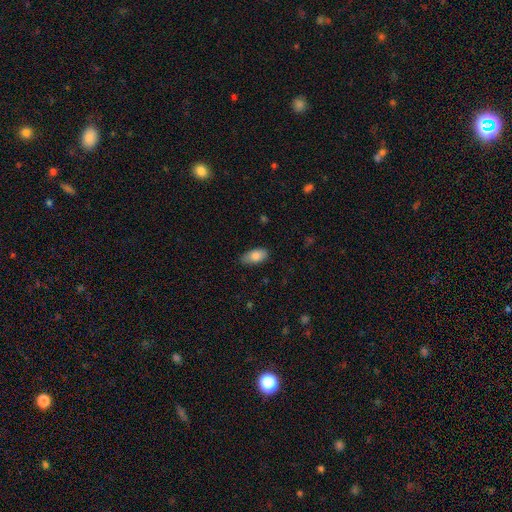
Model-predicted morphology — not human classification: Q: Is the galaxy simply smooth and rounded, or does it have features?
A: smooth — 83%.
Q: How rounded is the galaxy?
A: in between — 91%.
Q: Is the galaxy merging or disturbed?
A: none — 80%.